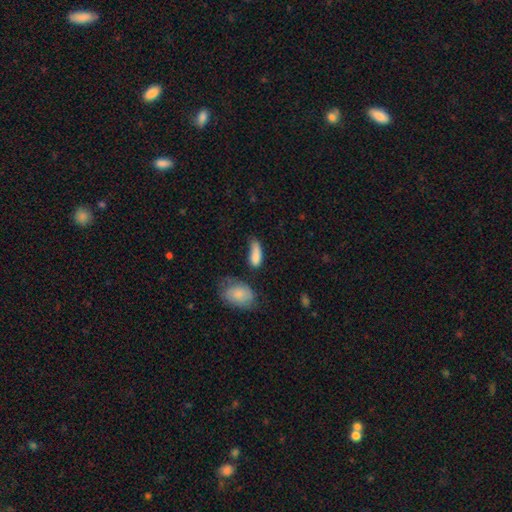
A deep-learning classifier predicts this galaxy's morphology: This is clearly a smooth galaxy (83%). How rounded: likely in between (74%). Merging: marginally none (41%).